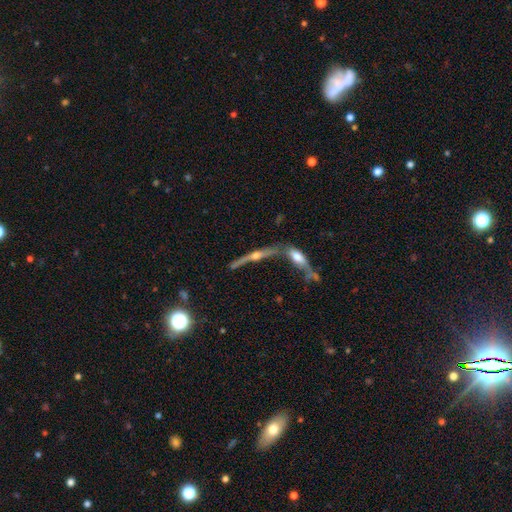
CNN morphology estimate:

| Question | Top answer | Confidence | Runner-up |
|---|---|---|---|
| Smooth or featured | featured or disk | 79% | smooth (12%) |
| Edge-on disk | yes | 94% | no (6%) |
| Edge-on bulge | rounded | 92% | none (4%) |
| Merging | none | 55% | merger (28%) |